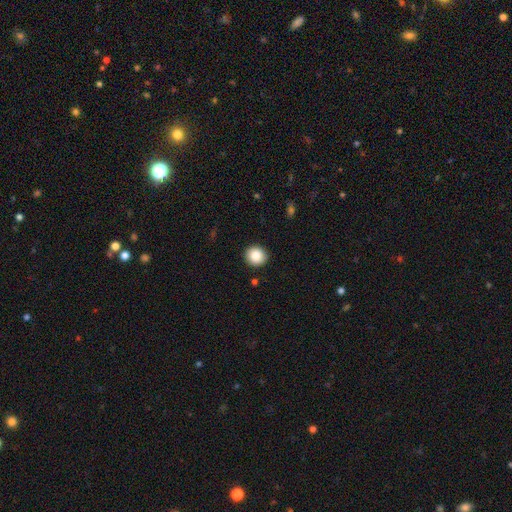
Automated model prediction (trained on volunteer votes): Q: Smooth or featured?
A: smooth (87%); runner-up: star or artifact (9%)
Q: How rounded?
A: round (92%); runner-up: in between (7%)
Q: Merging?
A: none (91%); runner-up: minor disturbance (6%)